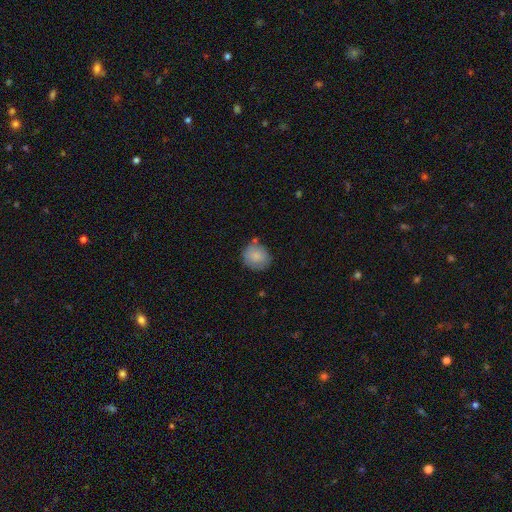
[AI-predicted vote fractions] Smooth or featured: smooth — 85% (featured or disk — 8%)
How rounded: round — 79% (in between — 20%)
Merging: none — 72% (minor disturbance — 18%)